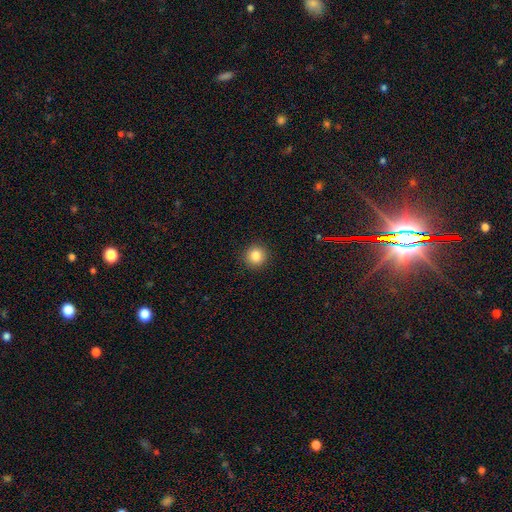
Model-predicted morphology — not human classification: Smooth or featured: smooth — 85% (star or artifact — 11%)
How rounded: round — 94% (in between — 5%)
Merging: none — 92% (minor disturbance — 5%)